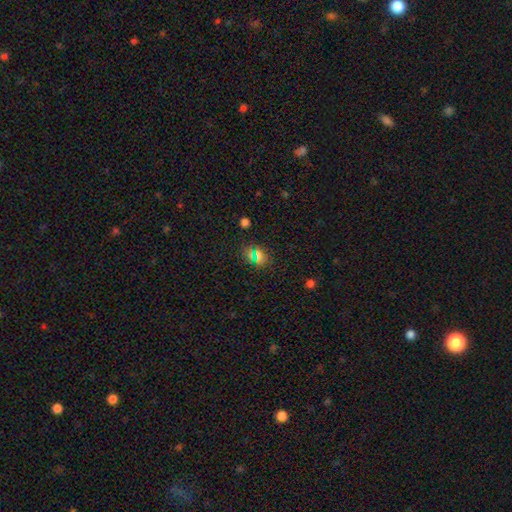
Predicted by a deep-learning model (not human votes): Smooth or featured? smooth (59%)
How rounded? round (56%)
Merging? none (82%)